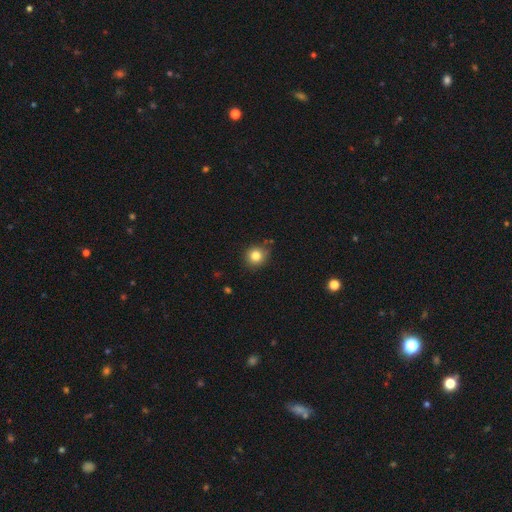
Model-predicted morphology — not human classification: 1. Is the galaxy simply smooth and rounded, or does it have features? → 82% smooth, 11% star or artifact, 7% featured or disk.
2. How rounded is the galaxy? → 89% round, 10% in between, 1% cigar-shaped.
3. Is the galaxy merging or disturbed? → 82% none, 13% minor disturbance, 3% merger, 3% major disturbance.